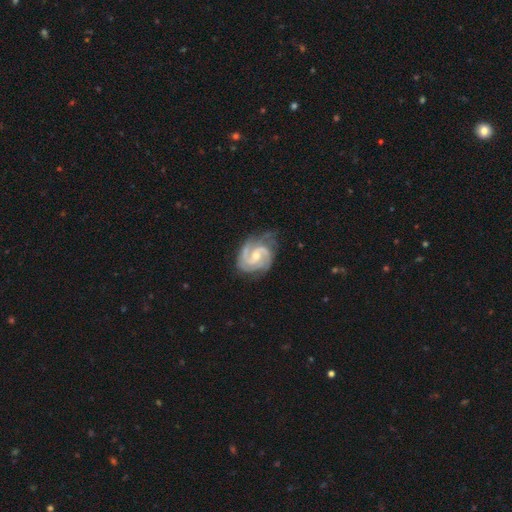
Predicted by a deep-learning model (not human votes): Smooth or featured? featured or disk (92%)
Edge-on disk? no (98%)
Bar? weak (52%)
Spiral arms? yes (98%)
Spiral winding? medium (48%)
Spiral arm count? 2 (62%)
Bulge size? small (48%)
Merging? none (67%)